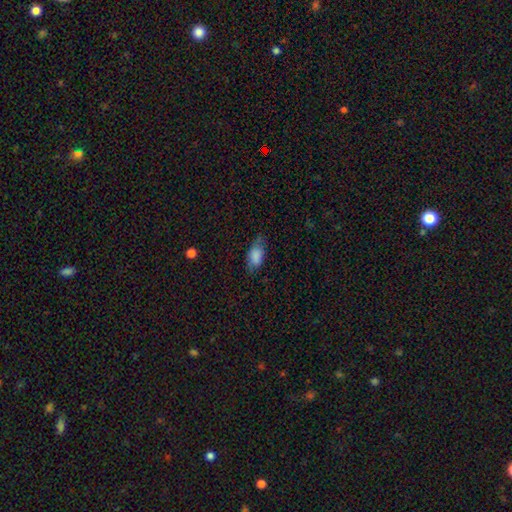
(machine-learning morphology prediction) smooth-or-featured: smooth: 83% | featured or disk: 9% | star or artifact: 8%
  how-rounded: in between: 90% | round: 6% | cigar-shaped: 4%
  merging: none: 63% | minor disturbance: 27% | major disturbance: 8% | merger: 2%